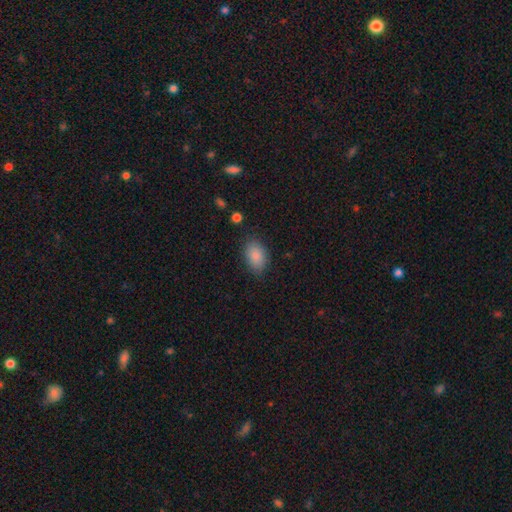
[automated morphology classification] Smooth or featured? Predicted: smooth (p=0.87). How rounded? Predicted: in between (p=0.88). Merging? Predicted: none (p=0.81).